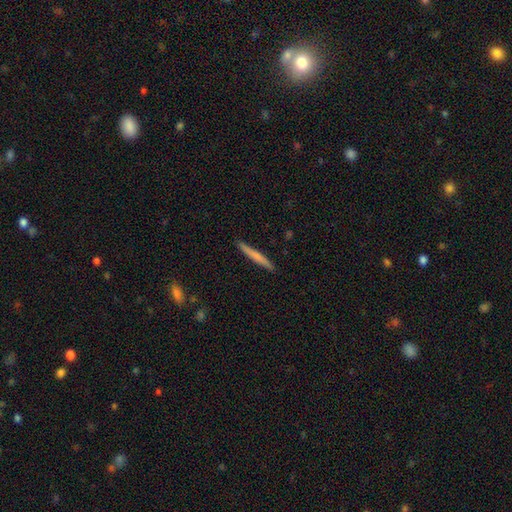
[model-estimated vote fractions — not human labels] This is likely a smooth galaxy (65%). How rounded: clearly cigar-shaped (96%). Merging: clearly none (90%).